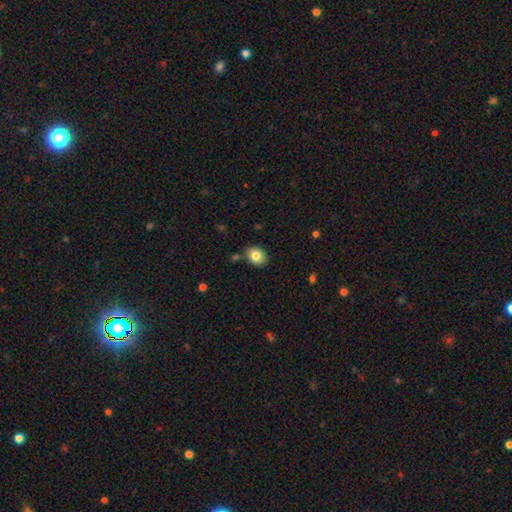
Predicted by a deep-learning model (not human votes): Smooth or featured? smooth (82%)
How rounded? round (50%)
Merging? none (82%)